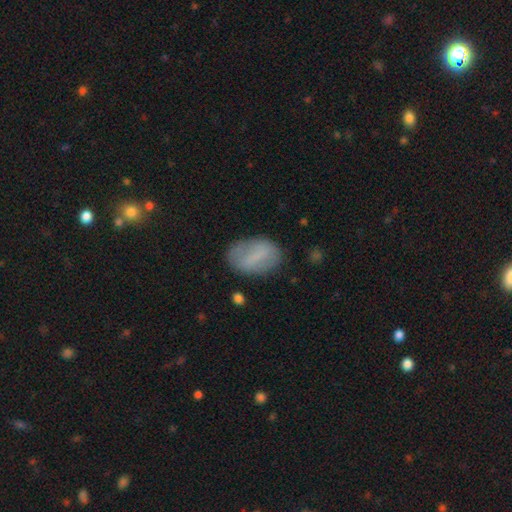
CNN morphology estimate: smooth 65%, featured or disk 27%, star or artifact 8%. Down the decision tree: how rounded — in between (86%); merging — none (74%).